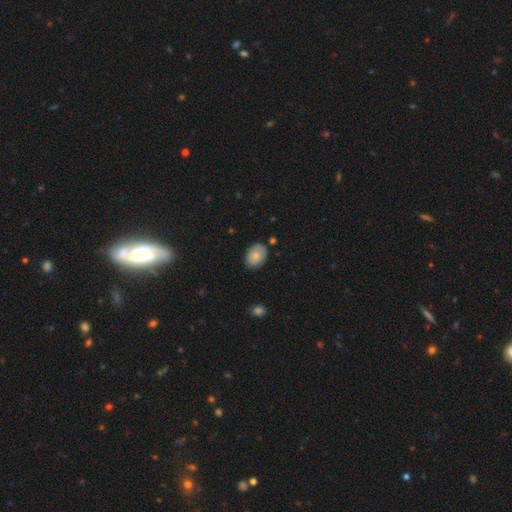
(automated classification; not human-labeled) smooth 78%, featured or disk 14%, star or artifact 7%. Down the decision tree: how rounded — in between (72%); merging — none (81%).